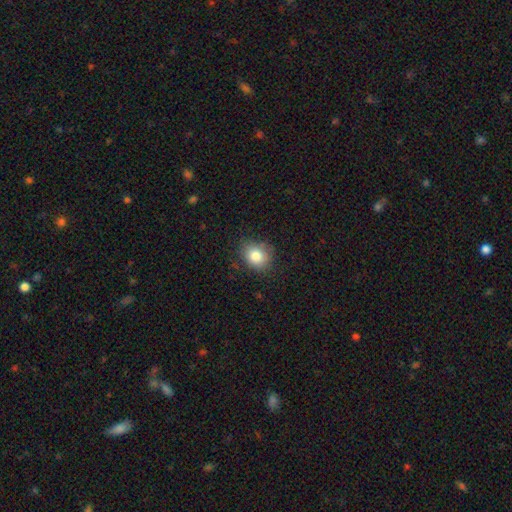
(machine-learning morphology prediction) Smooth or featured? smooth (83%)
How rounded? round (65%)
Merging? none (78%)